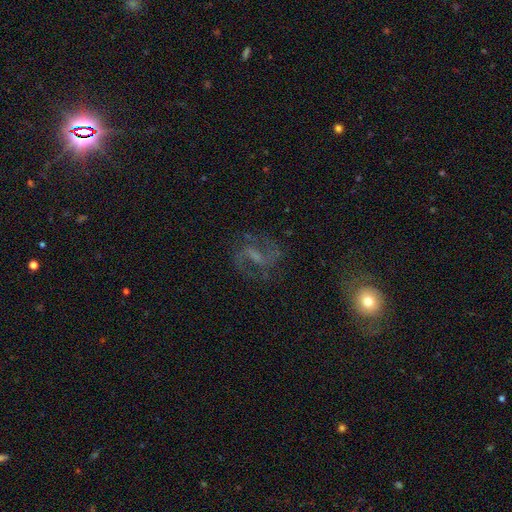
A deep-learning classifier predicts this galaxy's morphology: Overall: featured or disk (76%). Edge-on disk: no (97%). Bar: weak (49%; strong 30%). Spiral arms: yes (94%). Spiral arm count: 2 (83%). Spiral winding: medium (53%; loose 28%). Bulge size: small (48%; moderate 25%). Merging: none (77%).